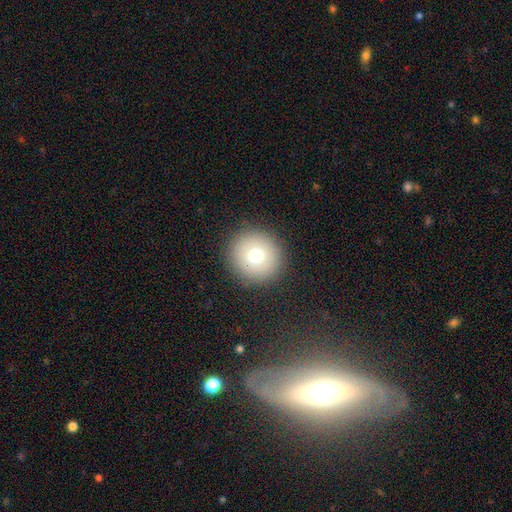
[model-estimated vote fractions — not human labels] Overall: smooth (73%). How rounded: round (95%). Merging: none (90%).